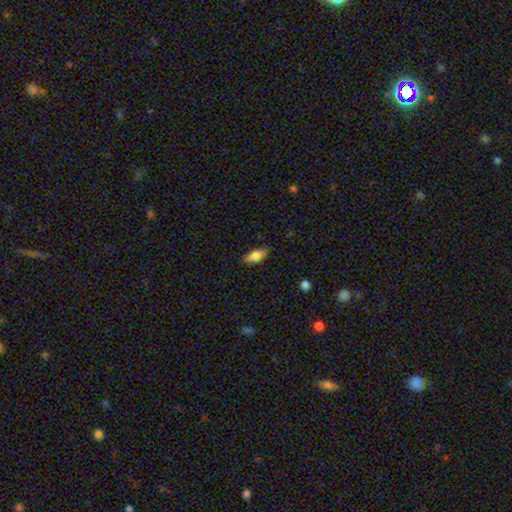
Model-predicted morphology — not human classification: This is clearly a smooth galaxy (82%). How rounded: clearly in between (81%). Merging: clearly none (85%).